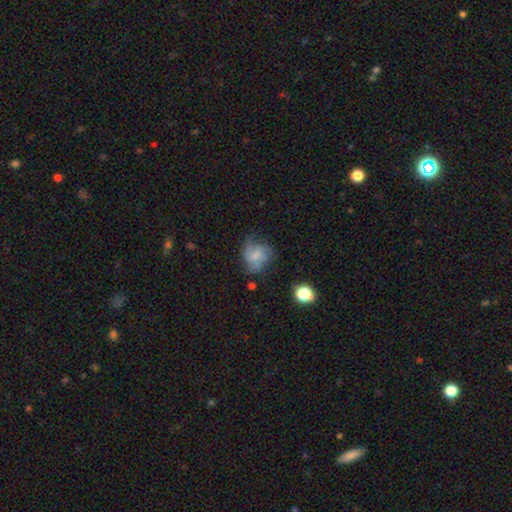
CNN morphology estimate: featured or disk 54%, smooth 35%, star or artifact 11%. Down the decision tree: edge-on disk — no (98%); bar — no (57%); spiral arms — yes (80%); bulge size — small (46%); merging — none (50%).